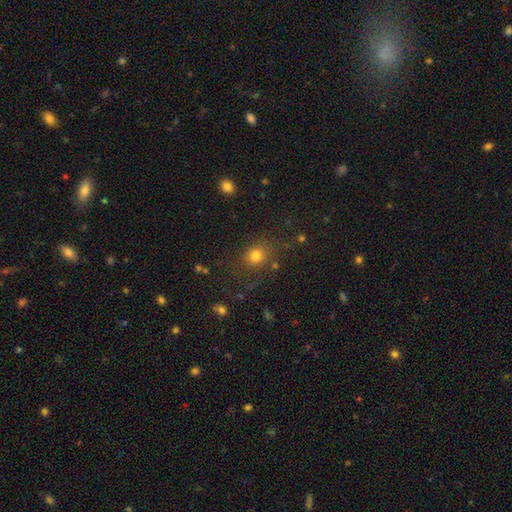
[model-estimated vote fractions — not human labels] smooth 78%, star or artifact 15%, featured or disk 7%. Down the decision tree: how rounded — round (74%); merging — none (76%).